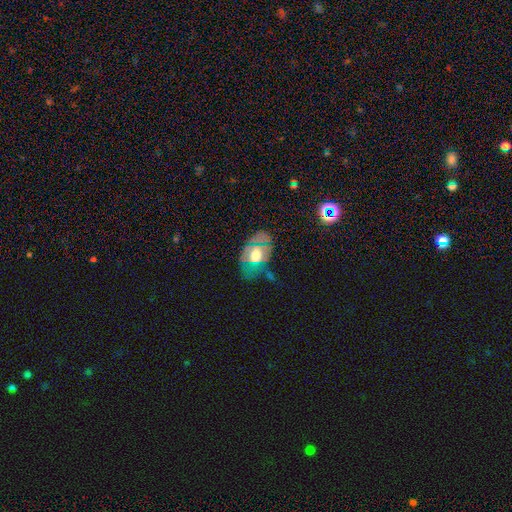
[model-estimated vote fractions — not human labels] smooth 45%, featured or disk 44%, star or artifact 11%. Down the decision tree: merging — none (45%).